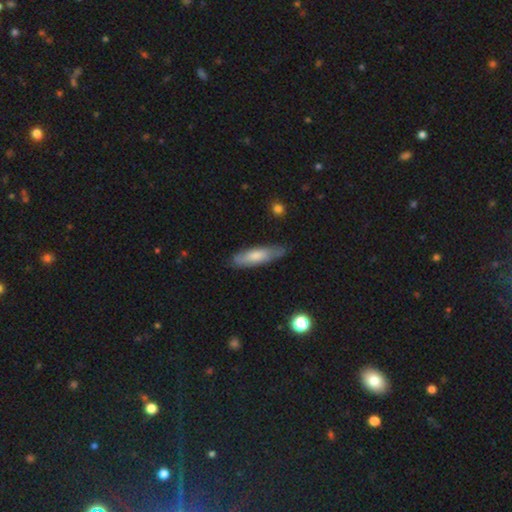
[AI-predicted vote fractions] Smooth or featured? Predicted: smooth (p=0.63). How rounded? Predicted: cigar-shaped (p=0.61). Merging? Predicted: none (p=0.75).